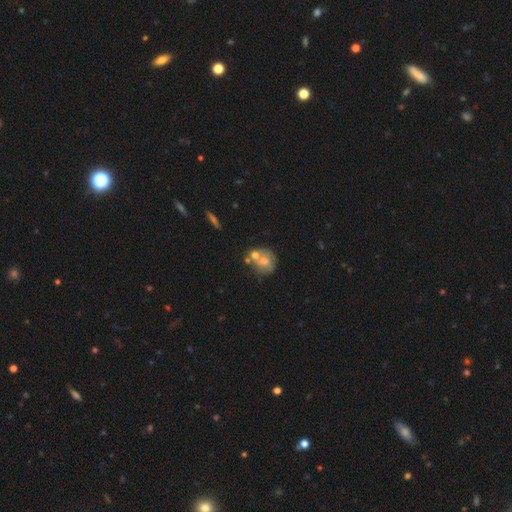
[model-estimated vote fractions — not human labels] The model was most divided on "smooth or featured": smooth: 43%, featured or disk: 35%, star or artifact: 22%. More confident: merging — none (50%).